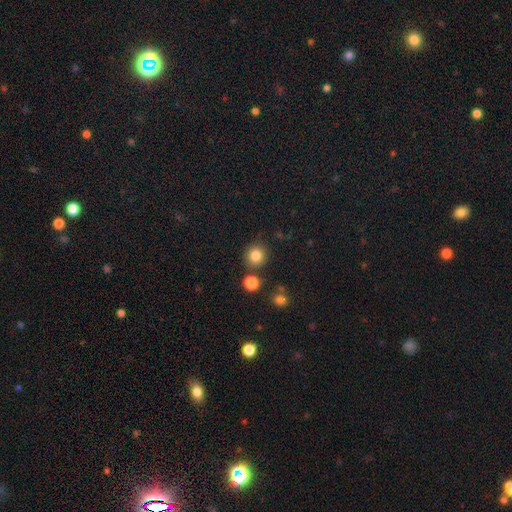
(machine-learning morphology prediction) Smooth or featured? Predicted: smooth (p=0.84). How rounded? Predicted: round (p=0.91). Merging? Predicted: none (p=0.80).